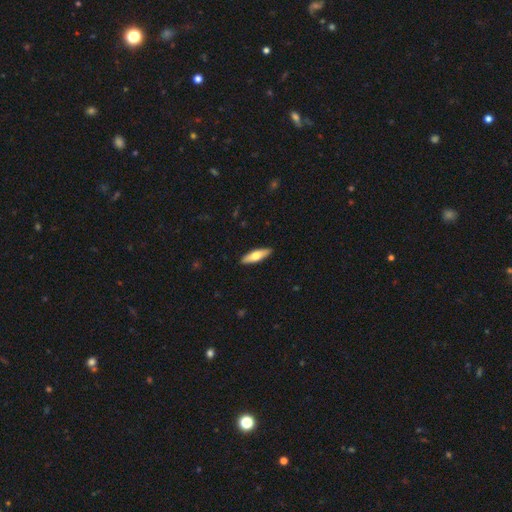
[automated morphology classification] This is likely a smooth galaxy (63%). How rounded: possibly cigar-shaped (56%). Merging: clearly none (91%).